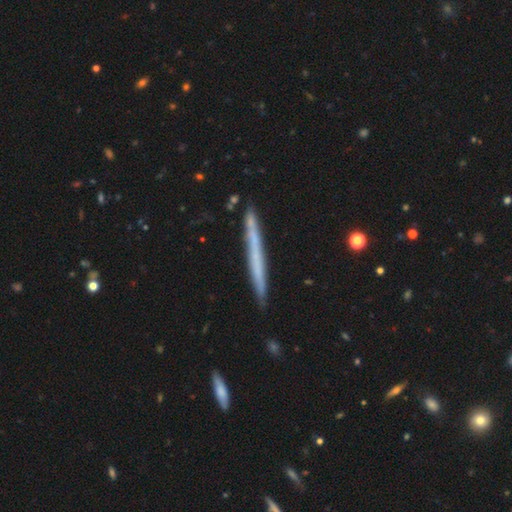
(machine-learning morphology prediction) Smooth or featured? Predicted: smooth (p=0.49). Merging? Predicted: none (p=0.88).